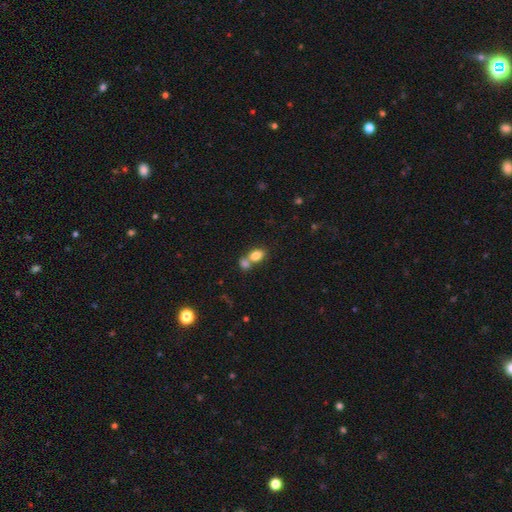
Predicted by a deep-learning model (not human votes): The model was most divided on "merging": merger: 51%, none: 37%, minor disturbance: 9%, major disturbance: 4%. More confident: smooth or featured — smooth (81%); how rounded — in between (81%).